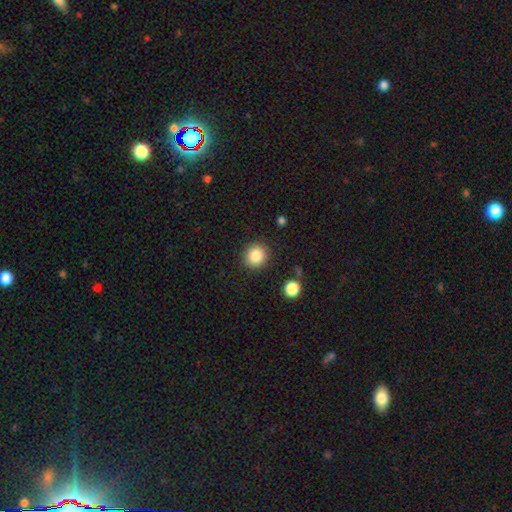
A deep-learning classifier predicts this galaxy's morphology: Smooth or featured? smooth (85%)
How rounded? round (90%)
Merging? none (88%)